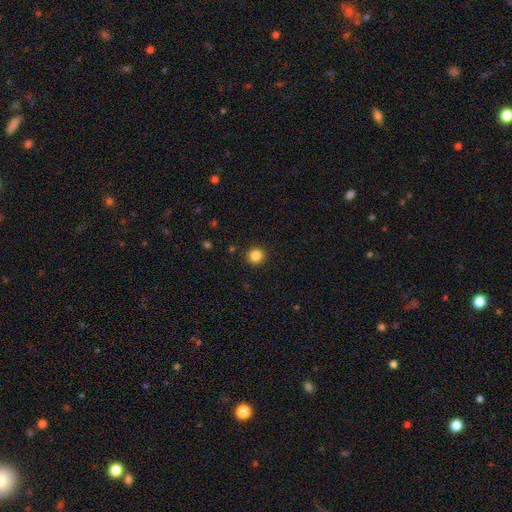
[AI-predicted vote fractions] The model was most divided on "smooth or featured": smooth: 85%, star or artifact: 11%, featured or disk: 4%. More confident: how rounded — round (94%); merging — none (92%).